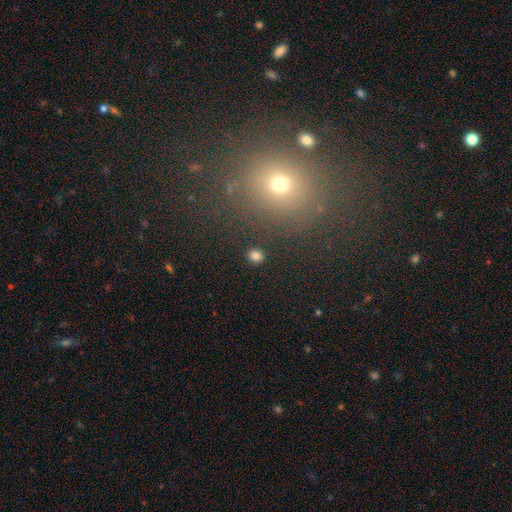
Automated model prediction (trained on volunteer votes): Smooth or featured? smooth (80%)
How rounded? round (71%)
Merging? none (89%)